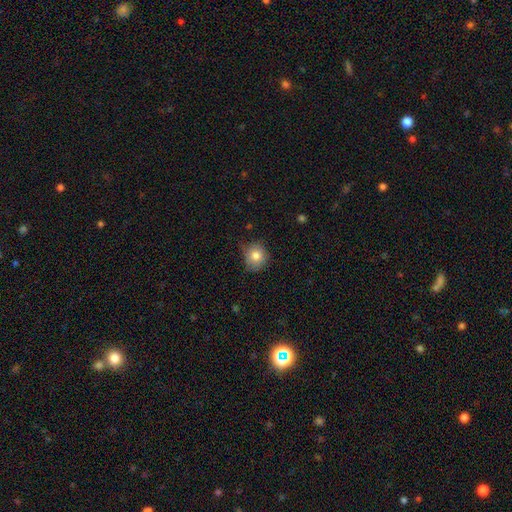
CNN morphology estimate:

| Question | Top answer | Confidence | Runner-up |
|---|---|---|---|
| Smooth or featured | smooth | 81% | featured or disk (10%) |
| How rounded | round | 82% | in between (17%) |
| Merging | none | 69% | minor disturbance (25%) |